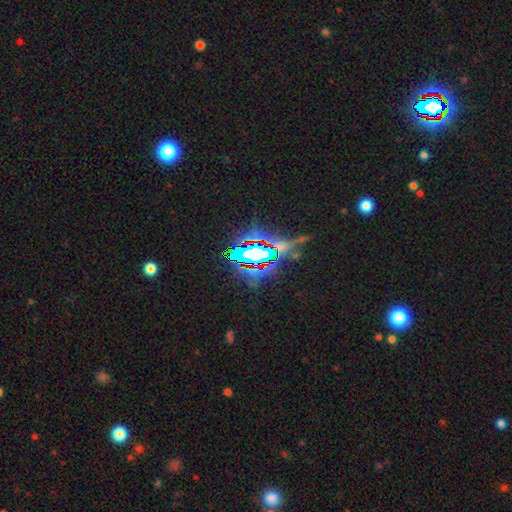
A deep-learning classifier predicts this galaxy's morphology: Smooth or featured?
  - star or artifact: 75% *
  - featured or disk: 14%
  - smooth: 12%